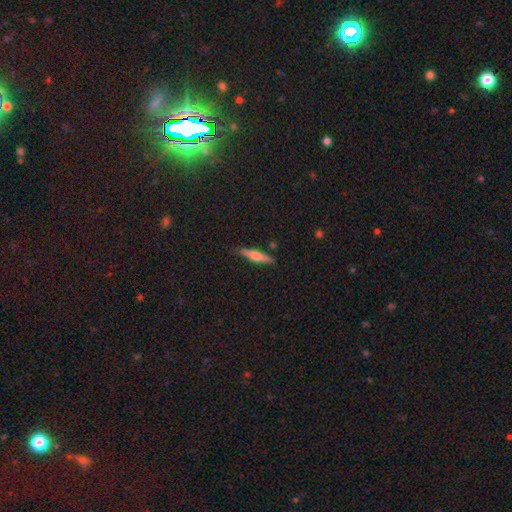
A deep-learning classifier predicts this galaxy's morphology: smooth_or_featured: smooth (p=0.53) [alt: featured or disk p=0.40]
how_rounded: cigar-shaped (p=0.82) [alt: in between p=0.16]
merging: none (p=0.85) [alt: minor disturbance p=0.11]